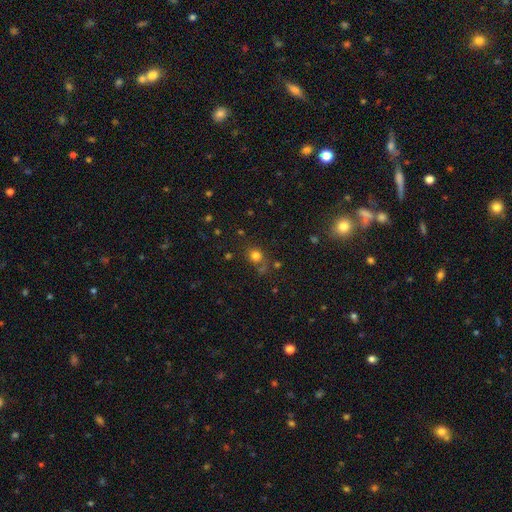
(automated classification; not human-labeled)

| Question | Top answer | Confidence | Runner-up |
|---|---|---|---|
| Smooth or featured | smooth | 75% | star or artifact (18%) |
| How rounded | round | 84% | in between (15%) |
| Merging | none | 71% | minor disturbance (13%) |